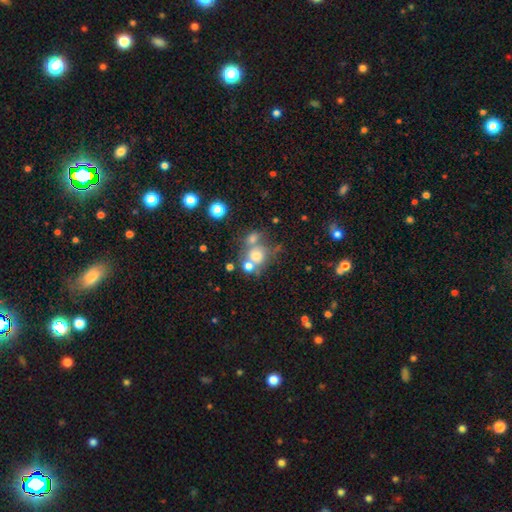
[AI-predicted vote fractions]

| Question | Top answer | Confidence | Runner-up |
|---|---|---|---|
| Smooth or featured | smooth | 65% | featured or disk (19%) |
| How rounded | round | 77% | in between (22%) |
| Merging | merger | 41% | tied: none (41%) |